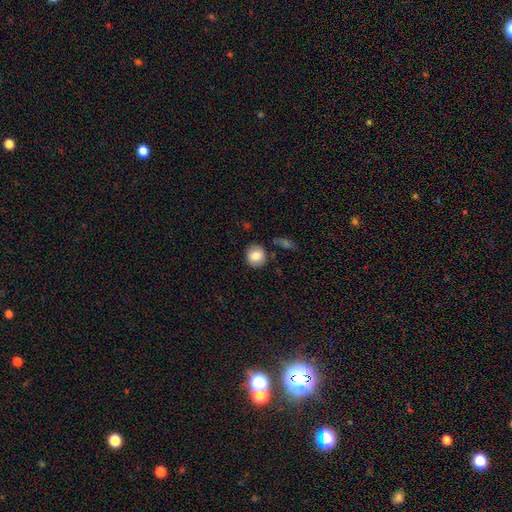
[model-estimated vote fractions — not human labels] Overall: smooth (84%). How rounded: round (85%). Merging: none (83%).